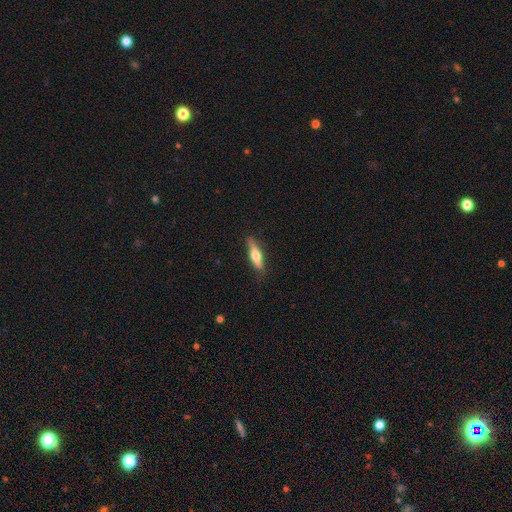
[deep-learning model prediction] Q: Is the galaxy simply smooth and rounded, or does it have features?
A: smooth — 50%.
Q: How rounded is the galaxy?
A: cigar-shaped — 71%.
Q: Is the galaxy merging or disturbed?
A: none — 81%.